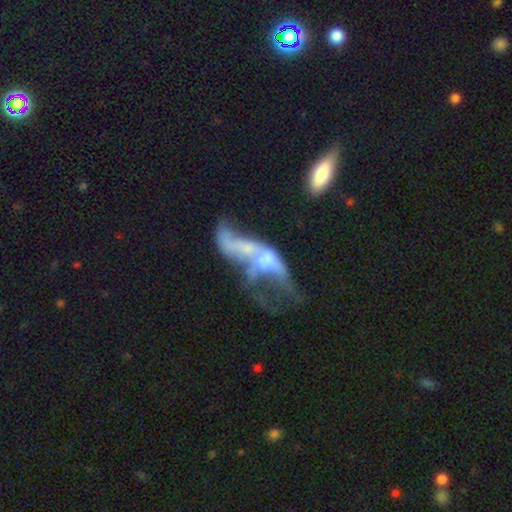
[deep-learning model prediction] A featured or disk galaxy (63%) with no bar (76%), no spiral arms (66%) and no central bulge (32%). Merging: merger (48%).